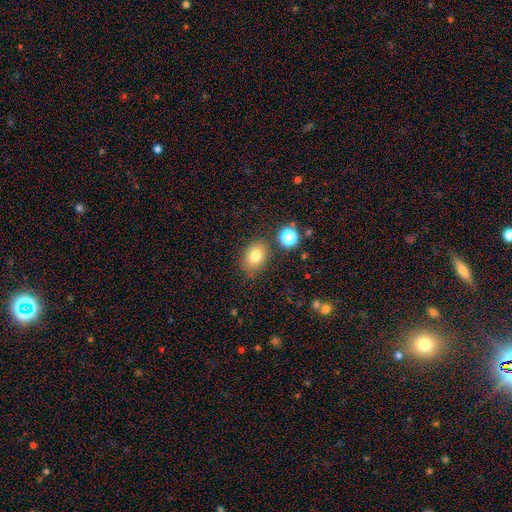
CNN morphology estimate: smooth-or-featured: smooth: 79% | star or artifact: 11% | featured or disk: 9%
  how-rounded: in between: 70% | round: 29% | cigar-shaped: 1%
  merging: none: 80% | minor disturbance: 12% | merger: 4% | major disturbance: 3%